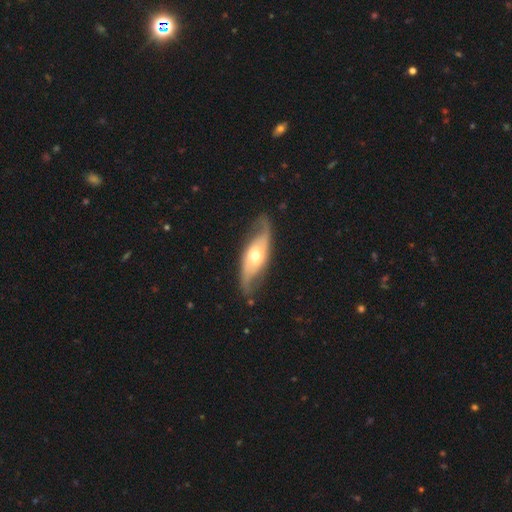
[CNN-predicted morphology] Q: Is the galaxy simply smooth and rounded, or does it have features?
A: featured or disk — 81%.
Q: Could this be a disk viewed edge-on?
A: no — 85%.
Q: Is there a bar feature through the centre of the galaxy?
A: no — 65%.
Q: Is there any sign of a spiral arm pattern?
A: yes — 91%.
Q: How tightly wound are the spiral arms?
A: loose — 52%.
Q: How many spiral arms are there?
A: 2 — 89%.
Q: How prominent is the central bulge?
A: moderate — 65%.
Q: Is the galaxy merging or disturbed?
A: none — 75%.